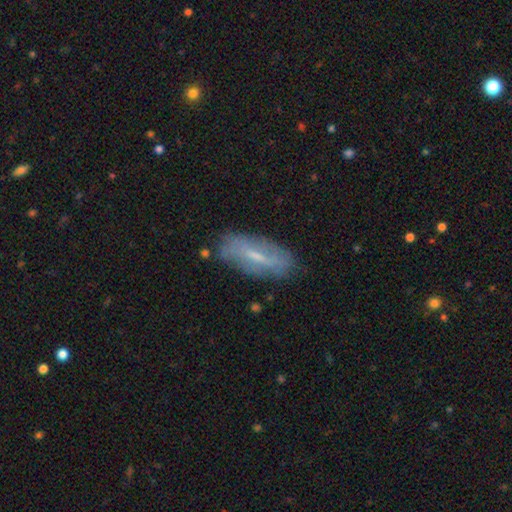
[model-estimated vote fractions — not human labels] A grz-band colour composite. It shows a featured or disk galaxy (52%). Merging: none (76%).